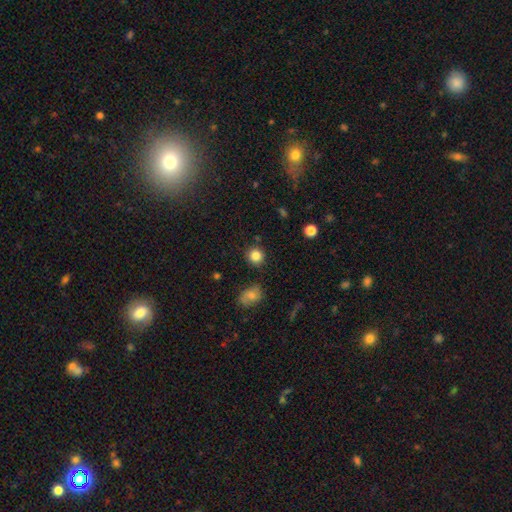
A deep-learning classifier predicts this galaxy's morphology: smooth 84%, star or artifact 11%, featured or disk 5%. Down the decision tree: how rounded — round (91%); merging — none (87%).